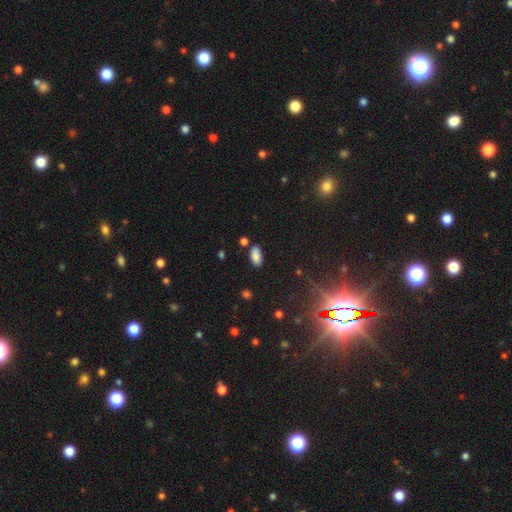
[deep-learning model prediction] smooth 85%, star or artifact 10%, featured or disk 6%. Down the decision tree: how rounded — in between (92%); merging — none (80%).